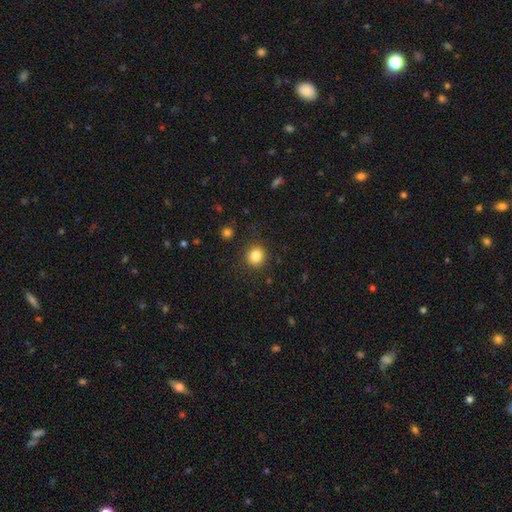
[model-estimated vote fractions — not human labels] Smooth or featured? Predicted: smooth (p=0.83). How rounded? Predicted: round (p=0.87). Merging? Predicted: none (p=0.89).